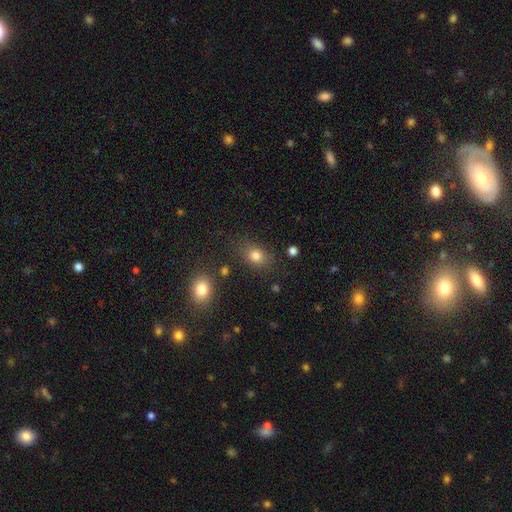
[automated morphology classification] This appears to be a smooth galaxy with no disk features (80%) that is in between round and cigar-shaped (57%). Merging: none (76%).